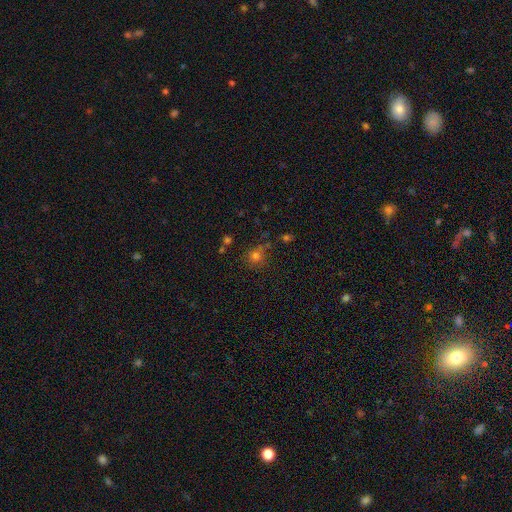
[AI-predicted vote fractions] Smooth or featured? smooth (70%)
How rounded? round (88%)
Merging? none (73%)